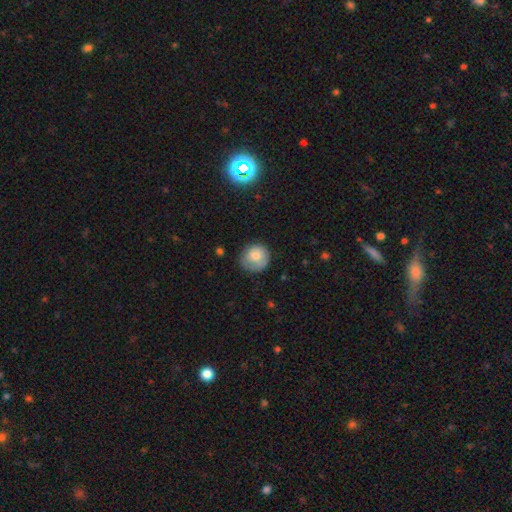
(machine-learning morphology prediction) This appears to be a smooth galaxy with no disk features (74%) that is round (88%). Merging: none (70%).